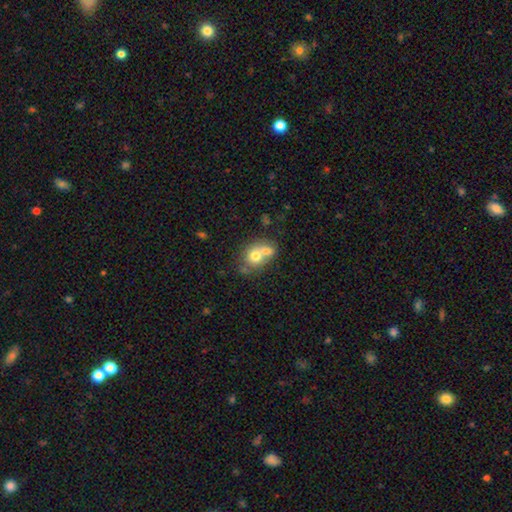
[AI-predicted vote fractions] A smooth galaxy with no disk features (68%) that is round (58%). Merging: merger (61%).